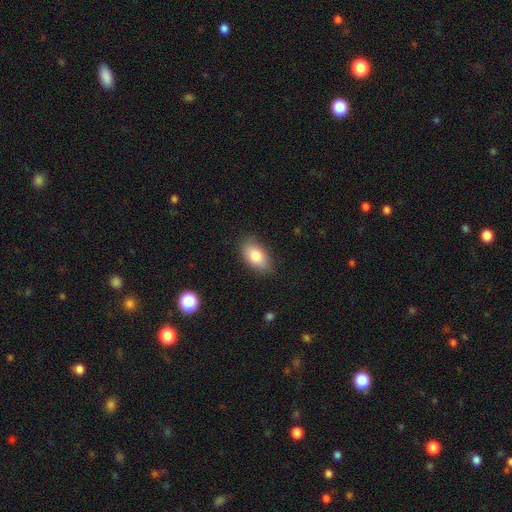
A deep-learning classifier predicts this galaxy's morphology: Smooth or featured?
  - smooth: 81% *
  - featured or disk: 11%
  - star or artifact: 7%
How rounded?
  - in between: 92% *
  - round: 5%
  - cigar-shaped: 3%
Merging?
  - none: 82% *
  - minor disturbance: 14%
  - major disturbance: 3%
  - merger: 1%